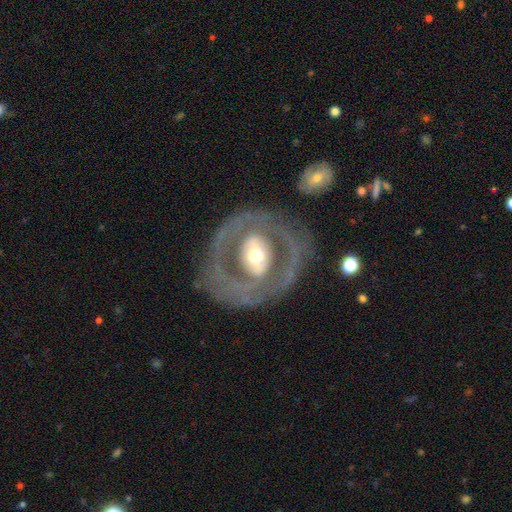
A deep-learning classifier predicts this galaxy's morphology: smooth_or_featured: featured or disk (p=0.75) [alt: smooth p=0.20]
disk_edge_on: no (p=0.94) [alt: yes p=0.06]
bar: no (p=0.40) [alt: strong p=0.32]
has_spiral_arms: no (p=0.56) [alt: yes p=0.44]
bulge_size: moderate (p=0.61) [alt: large p=0.20]
merging: none (p=0.74) [alt: major disturbance p=0.12]